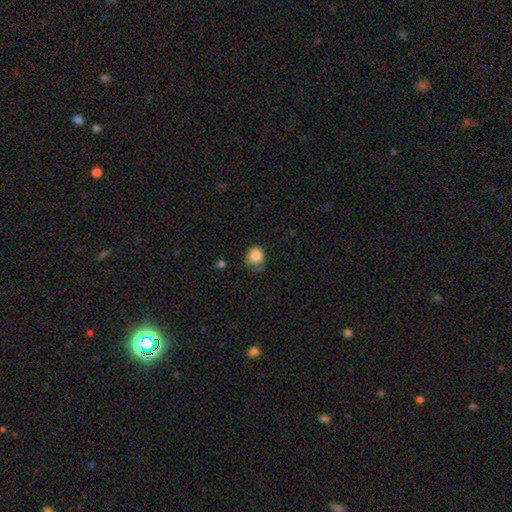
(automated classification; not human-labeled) Smooth or featured? smooth (85%)
How rounded? round (78%)
Merging? none (50%)